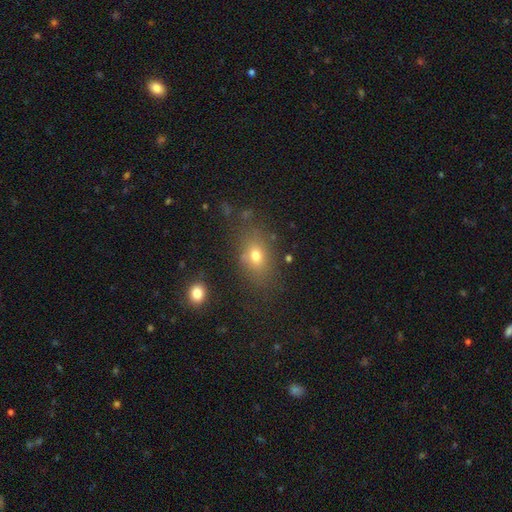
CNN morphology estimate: The model was most divided on "how rounded": in between: 72%, round: 25%, cigar-shaped: 3%. More confident: smooth or featured — smooth (71%); merging — none (71%).